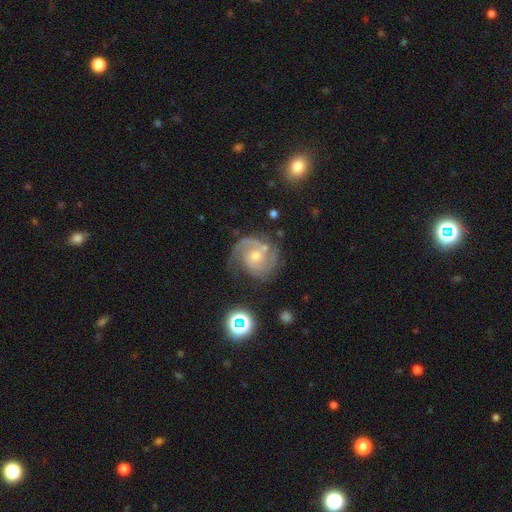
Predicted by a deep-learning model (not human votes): smooth_or_featured: featured or disk (p=0.87) [alt: smooth p=0.07]
disk_edge_on: no (p=0.98) [alt: yes p=0.02]
bar: no (p=0.66) [alt: weak p=0.29]
has_spiral_arms: yes (p=0.97) [alt: no p=0.03]
spiral_winding: tight (p=0.47) [alt: medium p=0.43]
spiral_arm_count: 2 (p=0.56) [alt: 3 p=0.19]
bulge_size: moderate (p=0.51) [alt: small p=0.44]
merging: none (p=0.64) [alt: minor disturbance p=0.21]